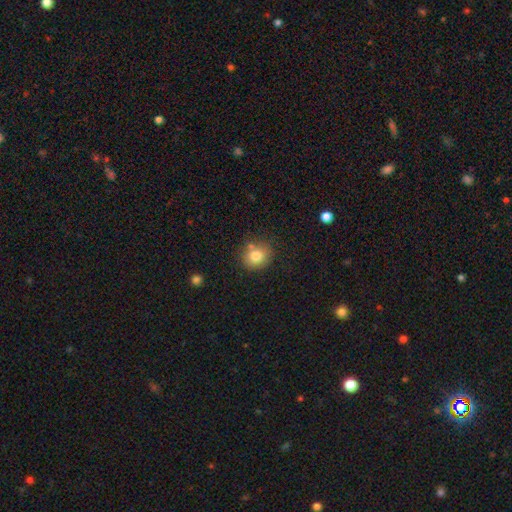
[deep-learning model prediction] Smooth or featured? smooth (79%)
How rounded? round (75%)
Merging? none (70%)